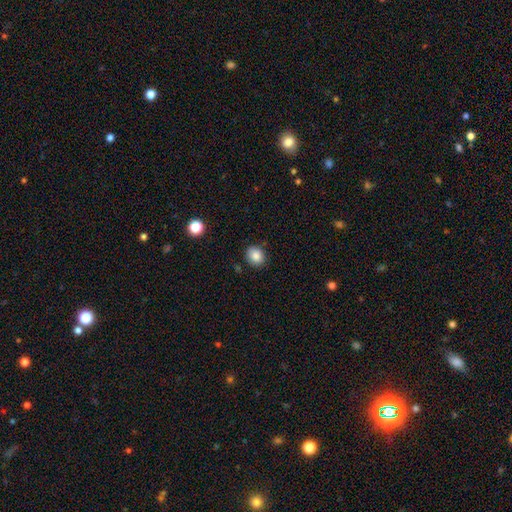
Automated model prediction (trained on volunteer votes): Smooth or featured? smooth (86%)
How rounded? round (64%)
Merging? none (86%)